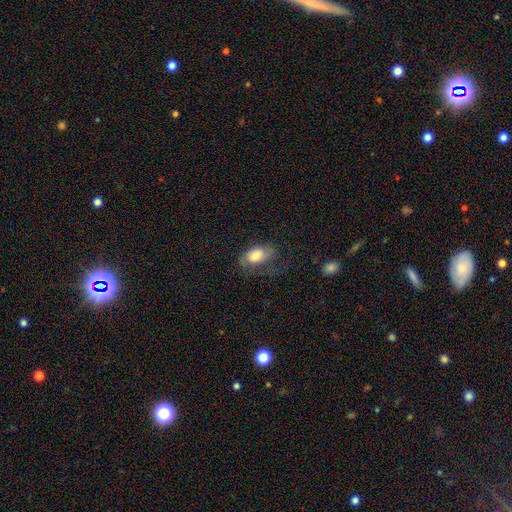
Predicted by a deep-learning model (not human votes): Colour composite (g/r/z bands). It shows a smooth galaxy with no disk features (70%) that is in between round and cigar-shaped (92%). Merging: none (38%).